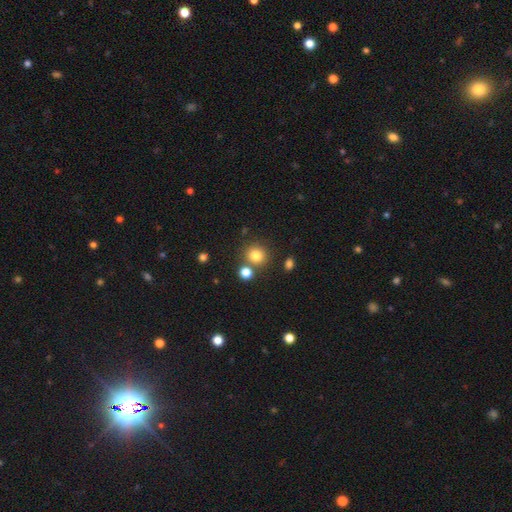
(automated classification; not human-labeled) smooth-or-featured: smooth: 80% | star or artifact: 14% | featured or disk: 6%
  how-rounded: round: 88% | in between: 11% | cigar-shaped: 1%
  merging: none: 75% | merger: 13% | minor disturbance: 9% | major disturbance: 3%